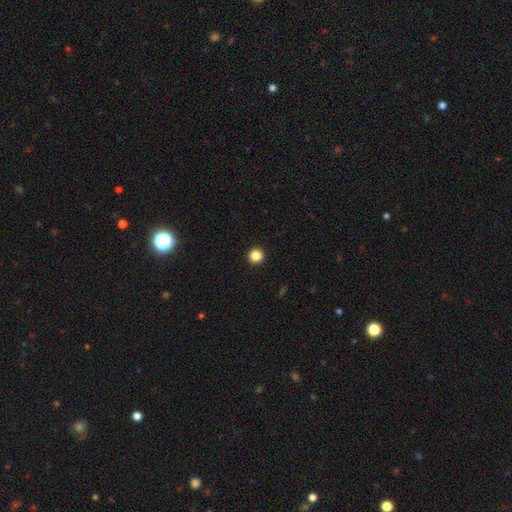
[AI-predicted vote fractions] smooth-or-featured: smooth: 86% | star or artifact: 11% | featured or disk: 3%
  how-rounded: round: 95% | in between: 4% | cigar-shaped: 1%
  merging: none: 94% | minor disturbance: 4% | major disturbance: 1% | merger: 1%